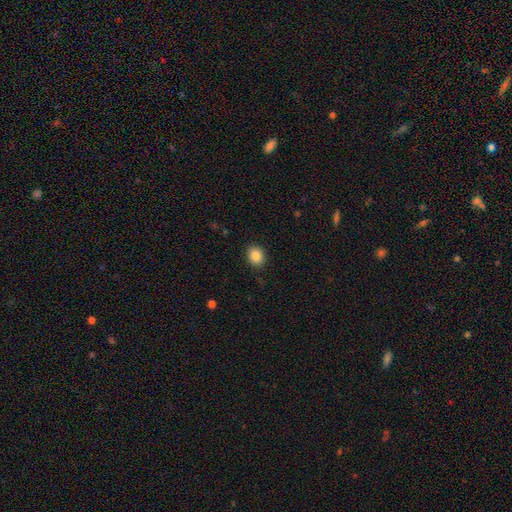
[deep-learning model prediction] Morphology: type=smooth (87%); roundness=round (56%); merging=none (88%).